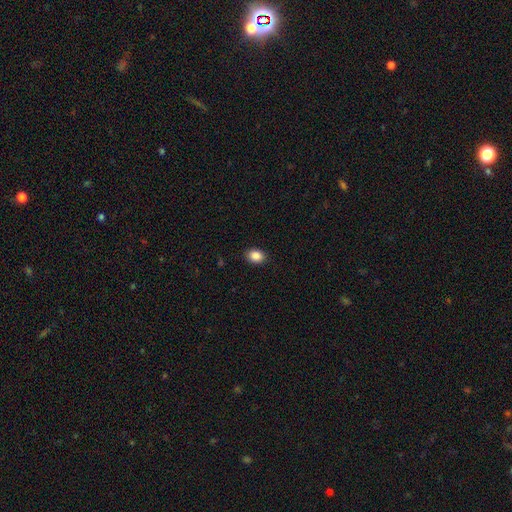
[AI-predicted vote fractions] Overall: smooth (88%). How rounded: in between (65%; round 34%). Merging: none (89%).